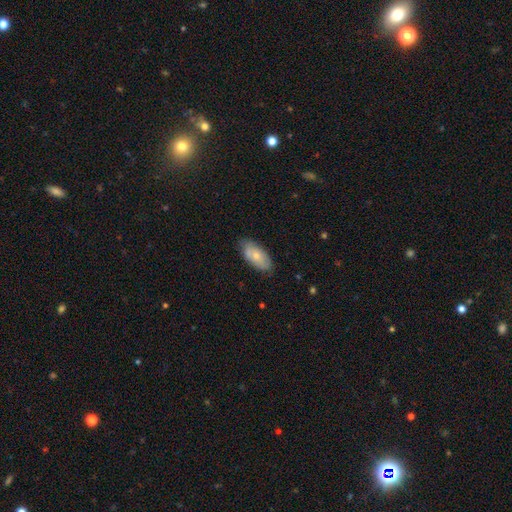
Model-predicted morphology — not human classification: Smooth or featured: smooth — 66% (featured or disk — 28%)
How rounded: in between — 92% (cigar-shaped — 5%)
Merging: none — 73% (minor disturbance — 21%)